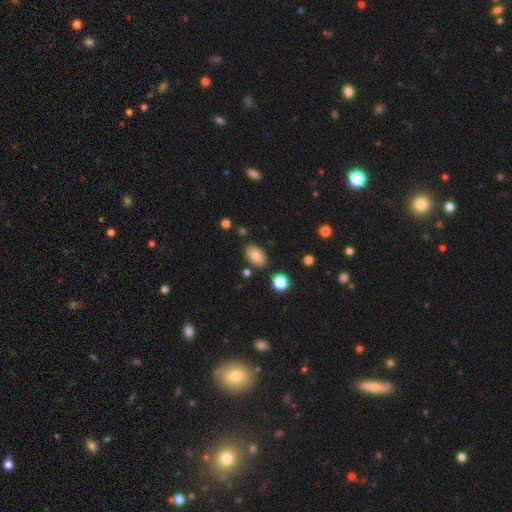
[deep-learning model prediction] Overall: smooth (82%). How rounded: in between (92%). Merging: none (83%).